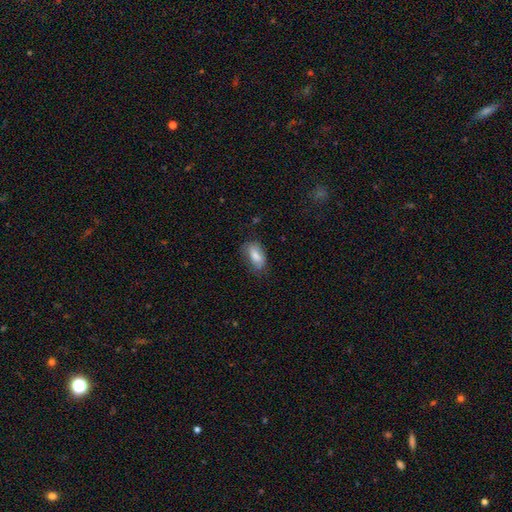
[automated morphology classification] Q: Smooth or featured?
A: smooth (78%); runner-up: featured or disk (14%)
Q: How rounded?
A: in between (90%); runner-up: round (5%)
Q: Merging?
A: none (61%); runner-up: minor disturbance (29%)